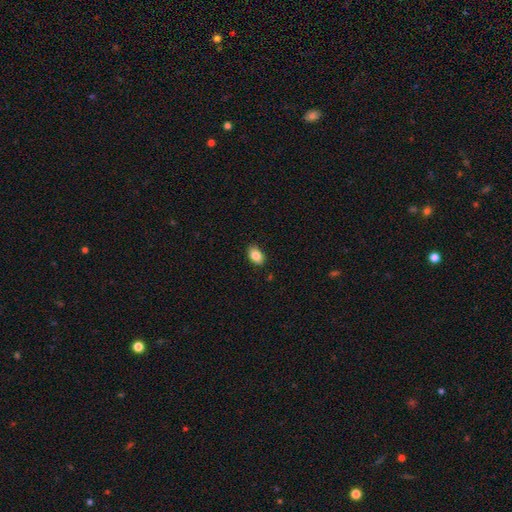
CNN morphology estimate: Smooth or featured? smooth (85%)
How rounded? in between (87%)
Merging? none (86%)